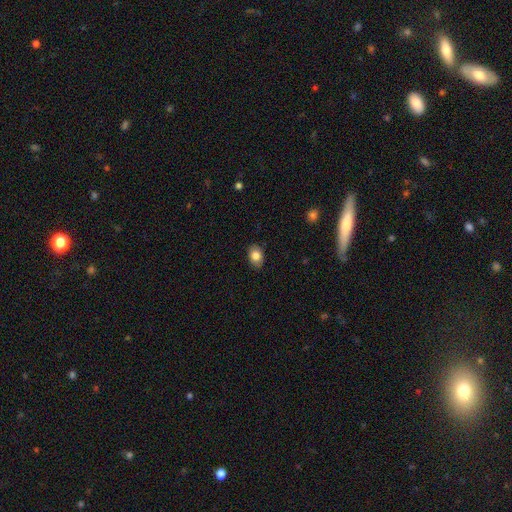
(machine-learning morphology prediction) smooth_or_featured: smooth (p=0.83) [alt: featured or disk p=0.10]
how_rounded: in between (p=0.80) [alt: round p=0.19]
merging: none (p=0.85) [alt: minor disturbance p=0.12]